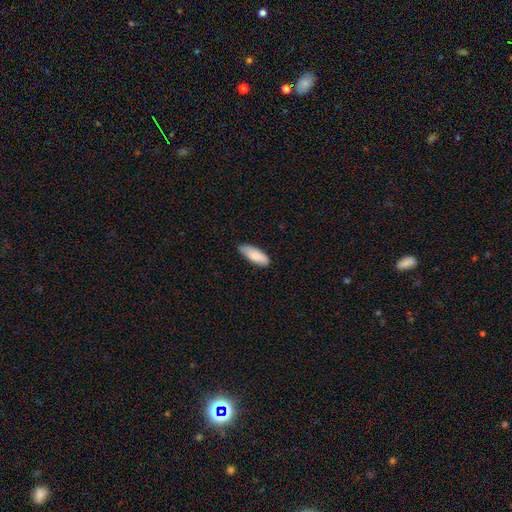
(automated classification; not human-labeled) A smooth galaxy with no disk features (86%) that is in between round and cigar-shaped (69%).

Vote fractions:
- Smooth or featured? smooth: 86% / featured or disk: 8% / star or artifact: 6%
- How rounded? in between: 69% / cigar-shaped: 29% / round: 2%
- Merging? none: 72% / minor disturbance: 24% / major disturbance: 3% / merger: 1%